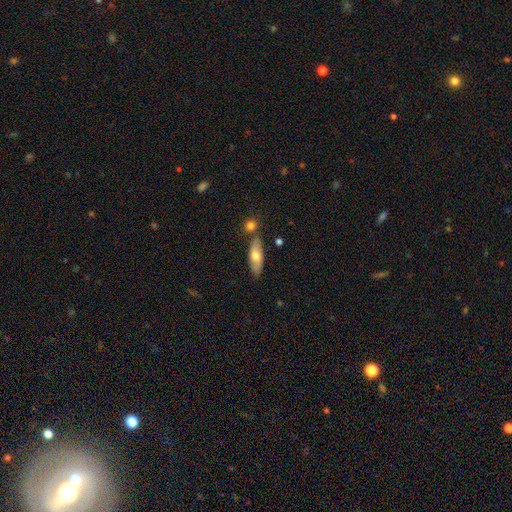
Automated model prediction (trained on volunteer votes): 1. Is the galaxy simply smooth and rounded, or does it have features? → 63% smooth, 31% featured or disk, 6% star or artifact.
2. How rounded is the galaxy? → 58% in between, 39% cigar-shaped, 3% round.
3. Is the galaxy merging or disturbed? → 72% none, 13% minor disturbance, 12% merger, 3% major disturbance.